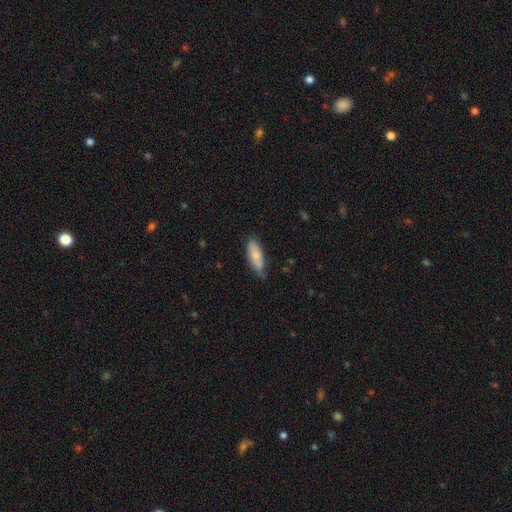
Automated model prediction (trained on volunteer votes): Smooth or featured? Predicted: smooth (p=0.79). How rounded? Predicted: in between (p=0.67). Merging? Predicted: none (p=0.70).